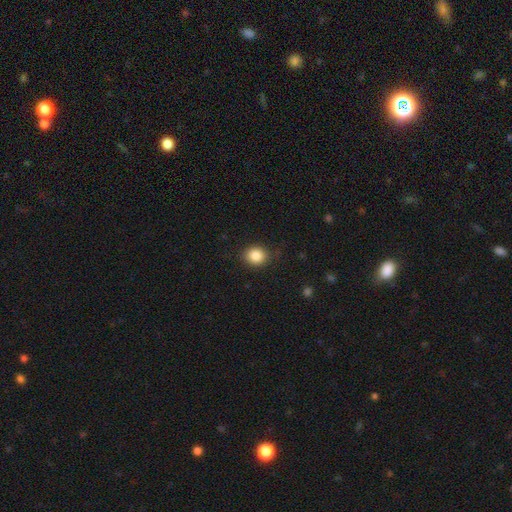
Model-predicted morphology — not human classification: smooth_or_featured: smooth (p=0.86) [alt: star or artifact p=0.09]
how_rounded: round (p=0.74) [alt: in between p=0.26]
merging: none (p=0.84) [alt: minor disturbance p=0.12]